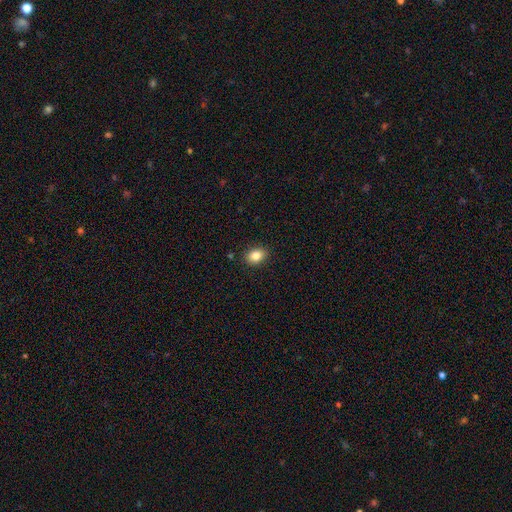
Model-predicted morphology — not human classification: This is clearly a smooth galaxy (85%). How rounded: likely in between (72%). Merging: clearly none (89%).